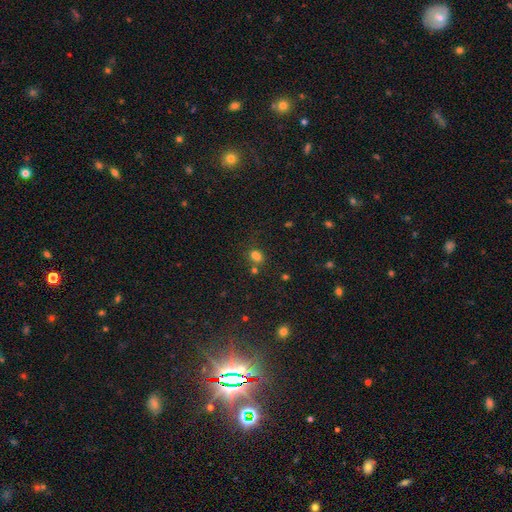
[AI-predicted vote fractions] smooth-or-featured: smooth: 74% | star or artifact: 19% | featured or disk: 6%
  how-rounded: in between: 50% | round: 49% | cigar-shaped: 1%
  merging: none: 56% | merger: 23% | minor disturbance: 15% | major disturbance: 6%